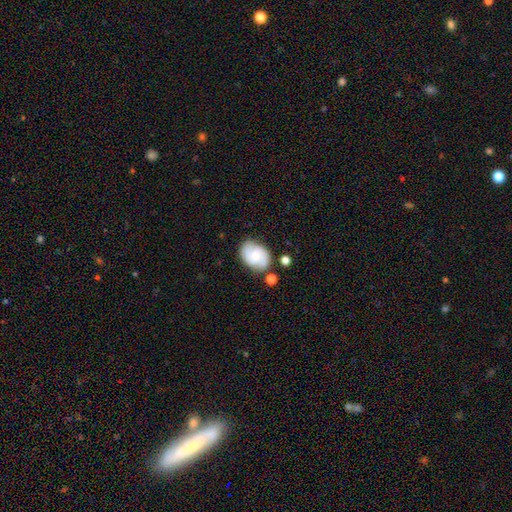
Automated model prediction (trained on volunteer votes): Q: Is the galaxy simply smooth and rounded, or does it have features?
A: featured or disk — 52%.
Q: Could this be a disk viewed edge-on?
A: no — 97%.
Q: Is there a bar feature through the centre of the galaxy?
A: no — 66%.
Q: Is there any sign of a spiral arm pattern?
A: yes — 89%.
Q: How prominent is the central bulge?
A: small — 55%.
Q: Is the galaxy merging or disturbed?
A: none — 68%.